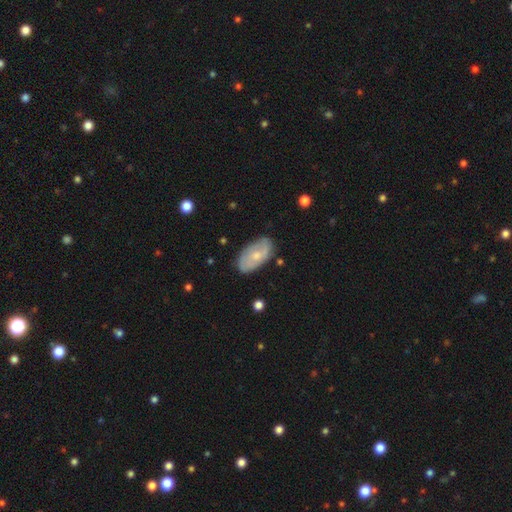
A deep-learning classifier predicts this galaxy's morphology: smooth-or-featured: smooth: 51% | featured or disk: 43% | star or artifact: 6%
  how-rounded: in between: 93% | round: 4% | cigar-shaped: 2%
  merging: none: 76% | minor disturbance: 18% | major disturbance: 4% | merger: 2%